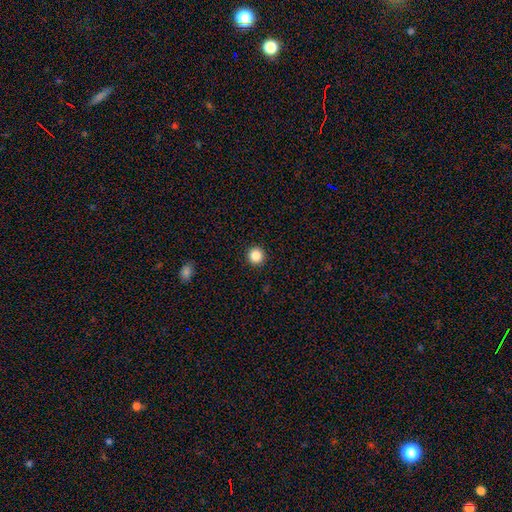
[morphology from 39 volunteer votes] Smooth or featured?
  - smooth: 90% *
  - star or artifact: 8%
  - featured or disk: 3%
How rounded?
  - round: 94% *
  - in between: 6%
  - cigar-shaped: 0%
Merging?
  - none: 94% *
  - minor disturbance: 6%
  - major disturbance: 0%
  - merger: 0%